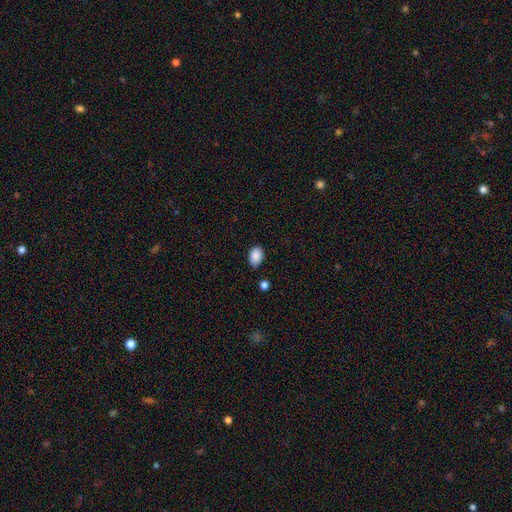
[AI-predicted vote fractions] smooth 88%, star or artifact 8%, featured or disk 4%. Down the decision tree: how rounded — in between (85%); merging — none (74%).